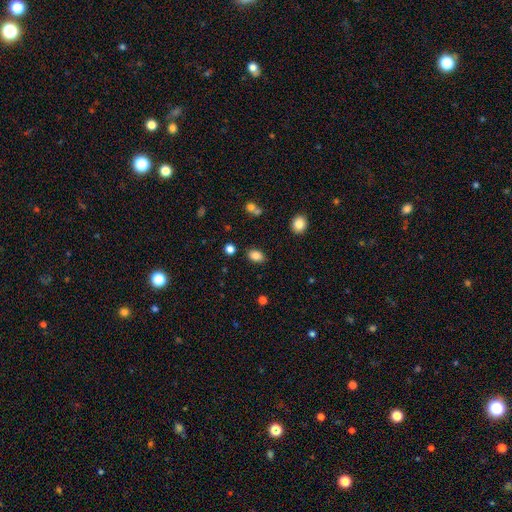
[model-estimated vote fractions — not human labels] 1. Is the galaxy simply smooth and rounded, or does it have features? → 84% smooth, 10% star or artifact, 6% featured or disk.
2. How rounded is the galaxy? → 82% in between, 17% round, 1% cigar-shaped.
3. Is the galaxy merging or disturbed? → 84% none, 10% minor disturbance, 3% merger, 3% major disturbance.